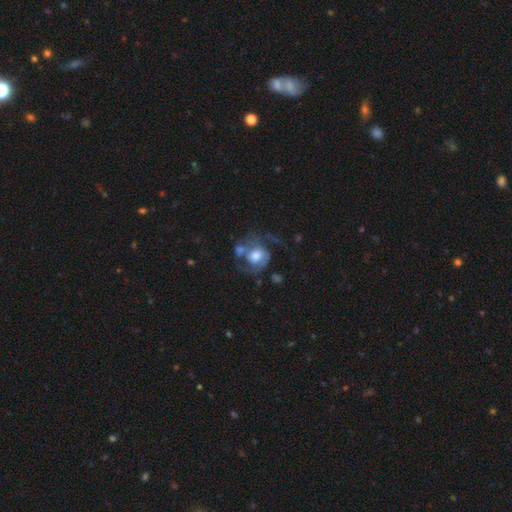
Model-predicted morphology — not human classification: Smooth or featured? Predicted: featured or disk (p=0.65). Edge-on disk? Predicted: no (p=0.98). Bar? Predicted: no (p=0.73). Spiral arms? Predicted: yes (p=0.82). Spiral winding? Predicted: medium (p=0.43). Spiral arm count? Predicted: 2 (p=0.71). Bulge size? Predicted: moderate (p=0.48). Merging? Predicted: none (p=0.34).